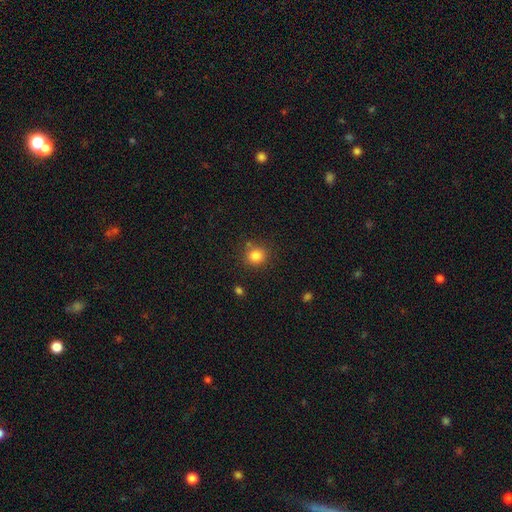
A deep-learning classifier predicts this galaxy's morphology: This appears to be a smooth galaxy with no disk features (82%) that is round (89%). Merging: none (81%).